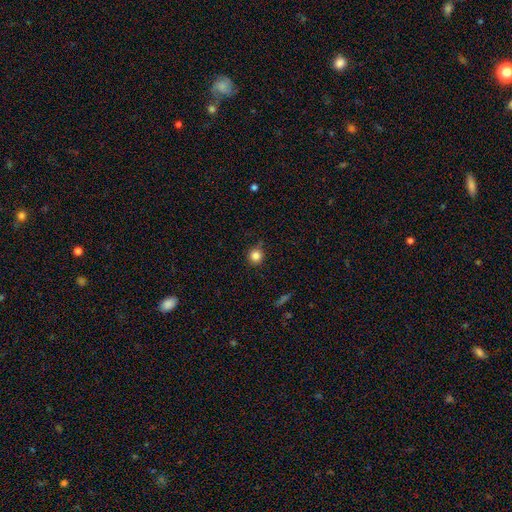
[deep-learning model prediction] smooth-or-featured: smooth: 83% | star or artifact: 12% | featured or disk: 5%
  how-rounded: round: 94% | in between: 5% | cigar-shaped: 1%
  merging: none: 82% | minor disturbance: 13% | major disturbance: 3% | merger: 2%